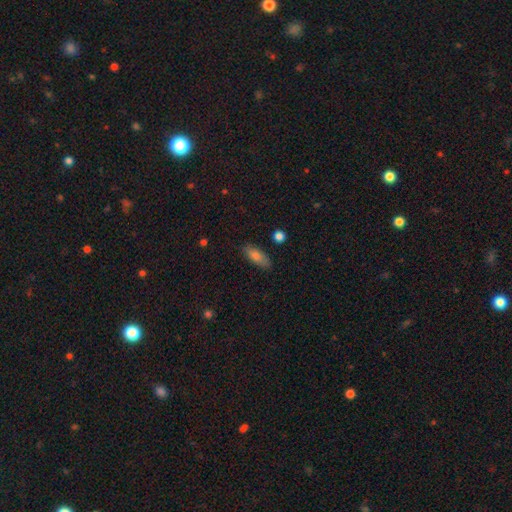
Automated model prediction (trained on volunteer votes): This appears to be a smooth galaxy with no disk features (77%) that is in between round and cigar-shaped (72%). Merging: none (85%).